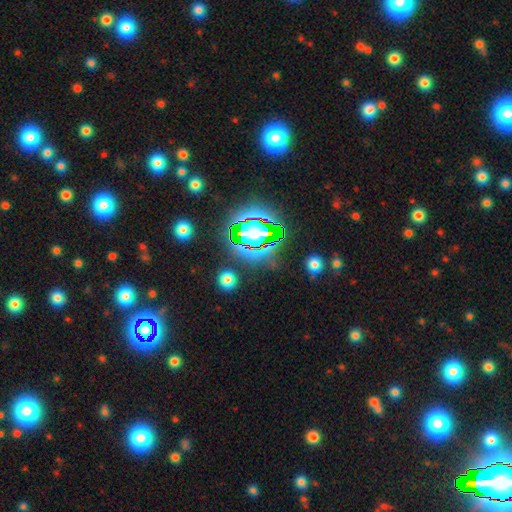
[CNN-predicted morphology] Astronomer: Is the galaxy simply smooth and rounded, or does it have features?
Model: star or artifact — 68%.